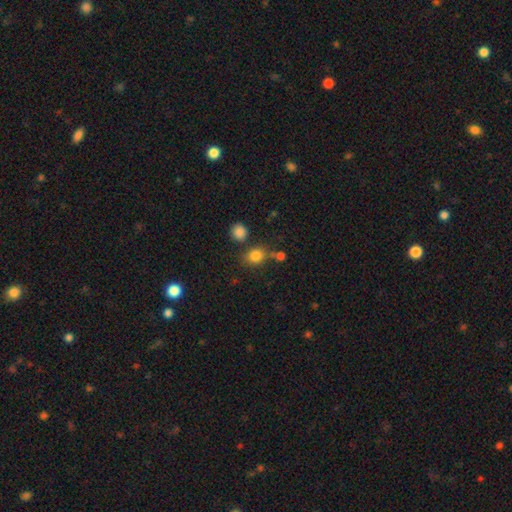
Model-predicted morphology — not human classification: Overall: smooth (81%). How rounded: round (68%; in between 31%). Merging: none (67%).